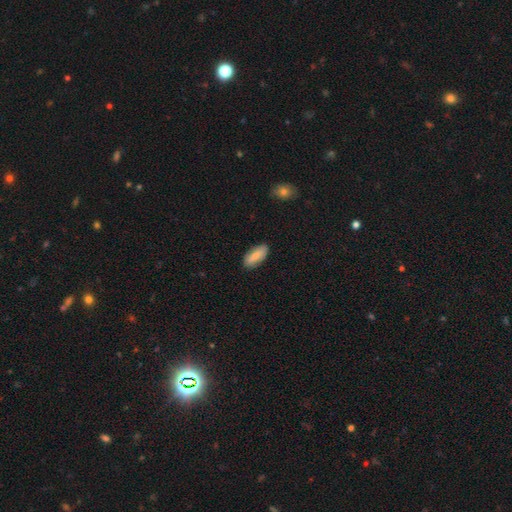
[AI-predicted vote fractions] Smooth or featured: smooth — 81% (featured or disk — 13%)
How rounded: in between — 83% (cigar-shaped — 14%)
Merging: none — 86% (minor disturbance — 11%)